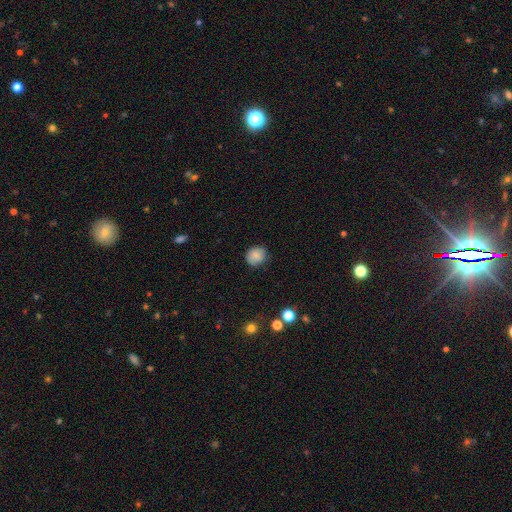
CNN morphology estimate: Smooth or featured? smooth (84%)
How rounded? round (75%)
Merging? none (81%)